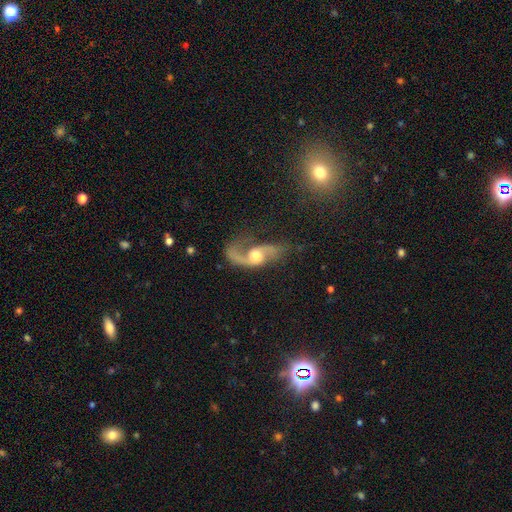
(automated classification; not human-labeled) smooth-or-featured: featured or disk: 85% | smooth: 9% | star or artifact: 6%
  disk-edge-on: no: 96% | yes: 4%
    bar: no: 65% | weak: 27% | strong: 8%
    has-spiral-arms: yes: 95% | no: 5%
      spiral-winding: loose: 68% | medium: 26% | tight: 6%
      spiral-arm-count: 2: 82% | 1: 13% | can't tell: 2% | 3: 1% | 4: 1% | more than 4: 1%
    bulge-size: moderate: 67% | large: 16% | small: 14% | none: 2% | dominant: 2%
  merging: none: 52% | major disturbance: 25% | minor disturbance: 19% | merger: 4%